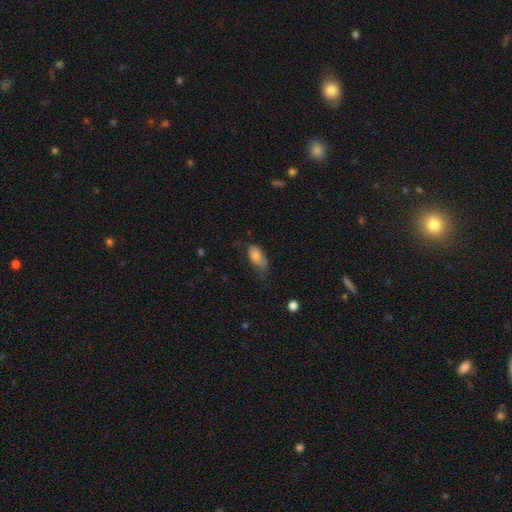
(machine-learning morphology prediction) Q: Smooth or featured?
A: smooth (78%); runner-up: featured or disk (14%)
Q: How rounded?
A: in between (90%); runner-up: cigar-shaped (6%)
Q: Merging?
A: minor disturbance (40%); runner-up: none (37%)